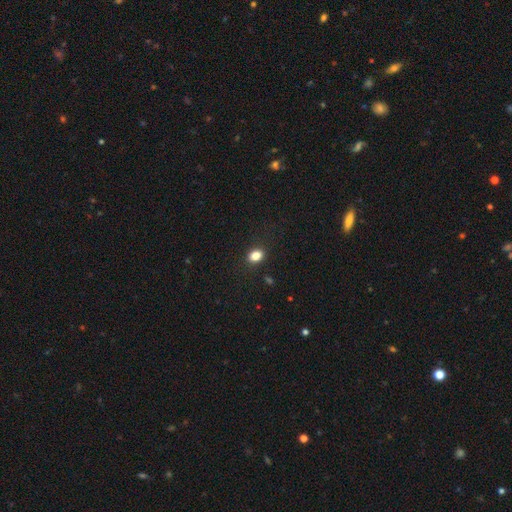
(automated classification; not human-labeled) The model was most divided on "how rounded": in between: 72%, round: 26%, cigar-shaped: 1%. More confident: merging — none (86%); smooth or featured — smooth (85%).